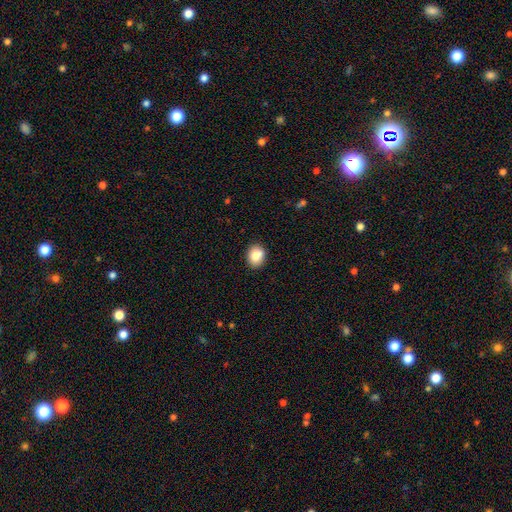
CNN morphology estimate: This appears to be a smooth galaxy with no disk features (84%) that is round (53%). Merging: none (88%).